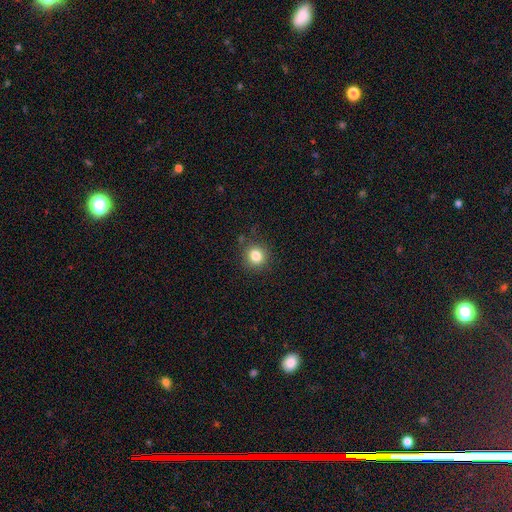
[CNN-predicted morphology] smooth 83%, star or artifact 12%, featured or disk 5%. Down the decision tree: how rounded — round (87%); merging — none (86%).